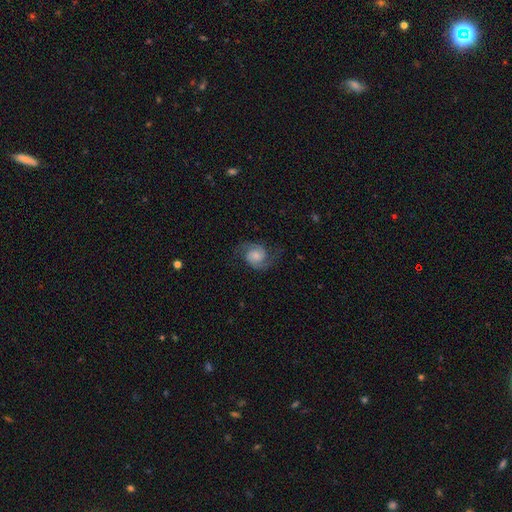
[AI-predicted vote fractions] Overall: featured or disk (79%). Edge-on disk: no (98%). Bar: no (62%; weak 33%). Spiral arms: yes (97%). Spiral arm count: 2 (93%). Spiral winding: medium (53%; loose 26%). Bulge size: moderate (36%; small 31%). Merging: none (76%).